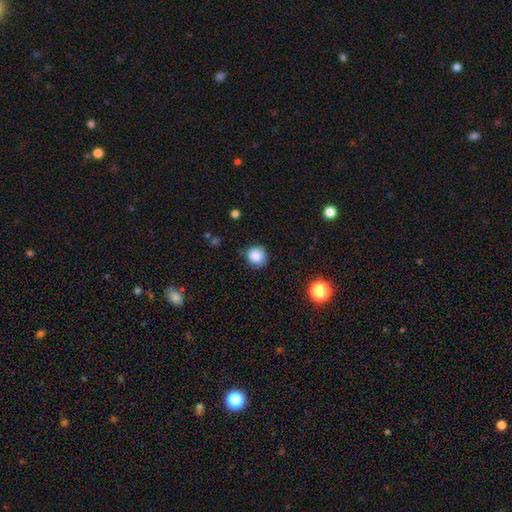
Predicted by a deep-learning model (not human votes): Q: Smooth or featured?
A: smooth (86%); runner-up: star or artifact (11%)
Q: How rounded?
A: round (91%); runner-up: in between (8%)
Q: Merging?
A: none (80%); runner-up: minor disturbance (15%)